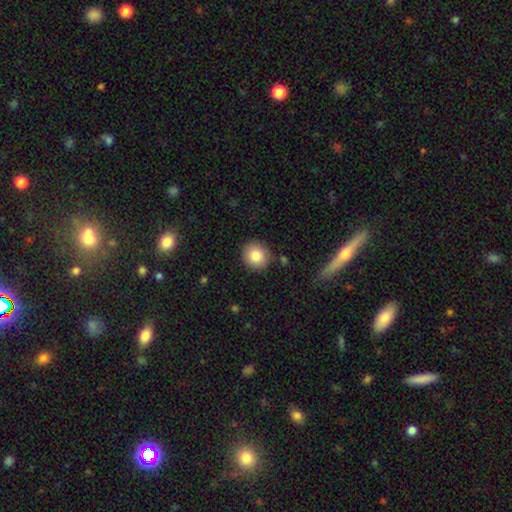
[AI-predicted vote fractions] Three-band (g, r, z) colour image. It shows a smooth galaxy with no disk features (83%) that is round (90%). Merging: none (88%).